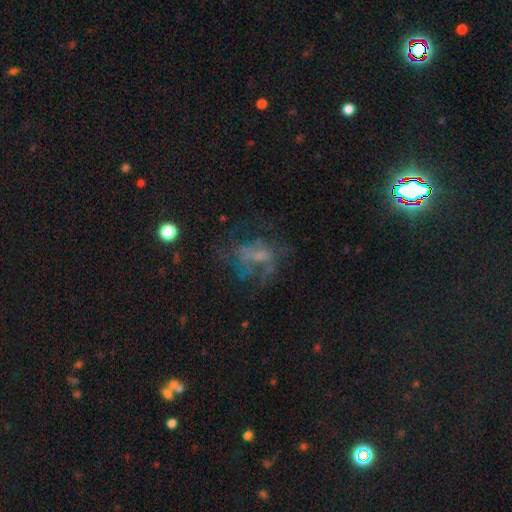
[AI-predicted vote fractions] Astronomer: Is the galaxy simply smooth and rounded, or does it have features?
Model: featured or disk — 51%.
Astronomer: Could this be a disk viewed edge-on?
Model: no — 97%.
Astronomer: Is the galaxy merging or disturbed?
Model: none — 45% (runner-up: major disturbance, 33%).